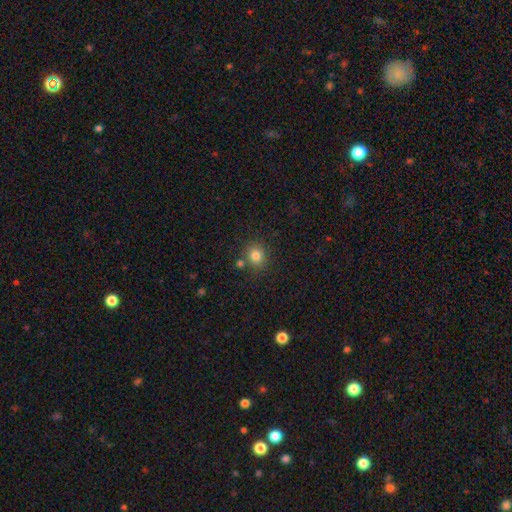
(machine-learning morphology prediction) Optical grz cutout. It shows a smooth galaxy with no disk features (81%) that is round (81%). Merging: none (77%).